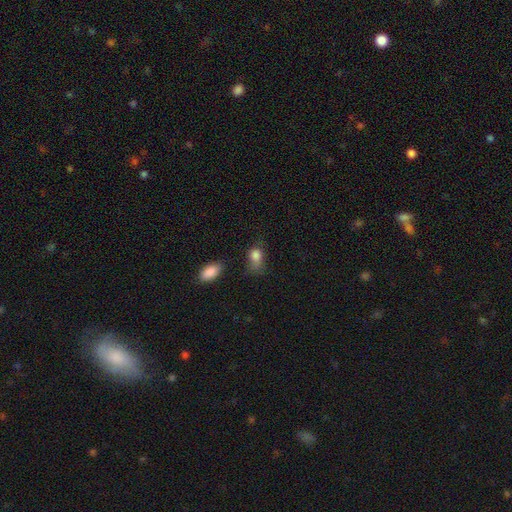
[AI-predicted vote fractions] This appears to be a smooth galaxy with no disk features (82%) that is in between round and cigar-shaped (72%). Merging: none (37%).